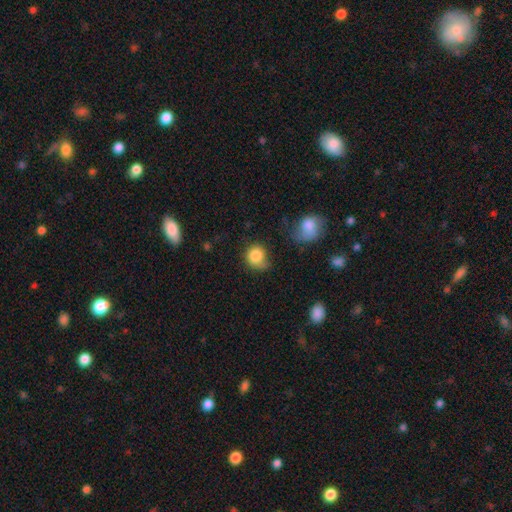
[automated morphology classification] A smooth galaxy with no disk features (84%) that is round (79%). Merging: none (50%).